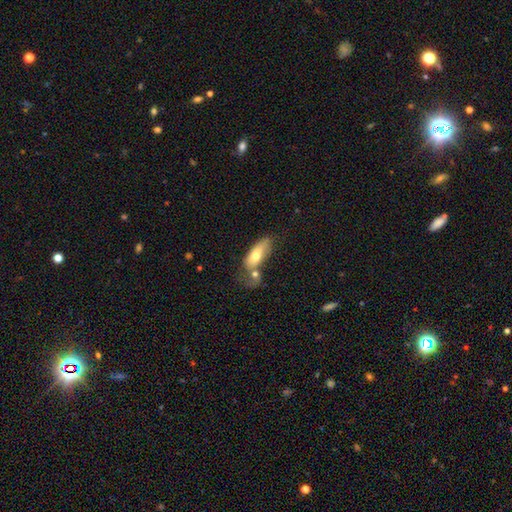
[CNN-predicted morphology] A smooth galaxy with no disk features (69%) that is in between round and cigar-shaped (76%).

Vote fractions:
- Smooth or featured? smooth: 69% / featured or disk: 24% / star or artifact: 6%
- How rounded? in between: 76% / cigar-shaped: 21% / round: 3%
- Merging? merger: 40% / none: 31% / minor disturbance: 18% / major disturbance: 12%